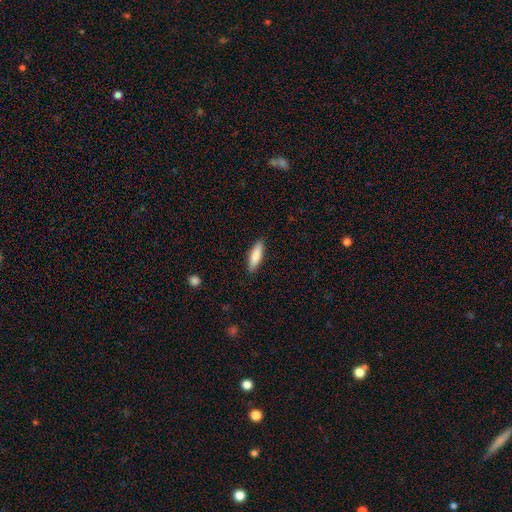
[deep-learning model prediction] Smooth or featured: smooth — 83% (featured or disk — 12%)
How rounded: cigar-shaped — 59% (in between — 40%)
Merging: none — 89% (minor disturbance — 8%)